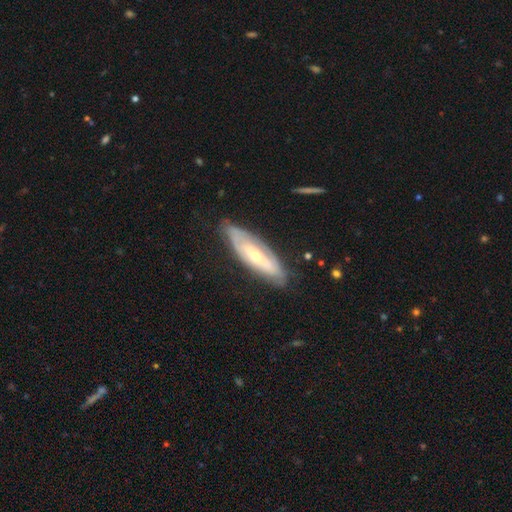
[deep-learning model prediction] This is likely a featured or disk galaxy (65%). It is likely not viewed edge-on (71%). Merging: likely none (72%).